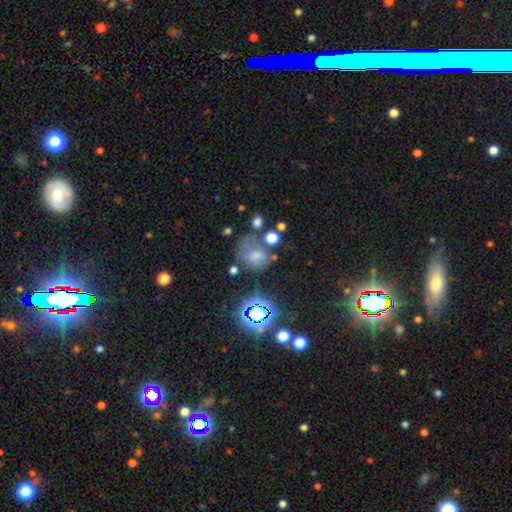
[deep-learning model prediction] Smooth or featured?
  - smooth: 50% *
  - star or artifact: 27%
  - featured or disk: 23%
Merging?
  - none: 36% *
  - major disturbance: 29%
  - minor disturbance: 23%
  - merger: 12%